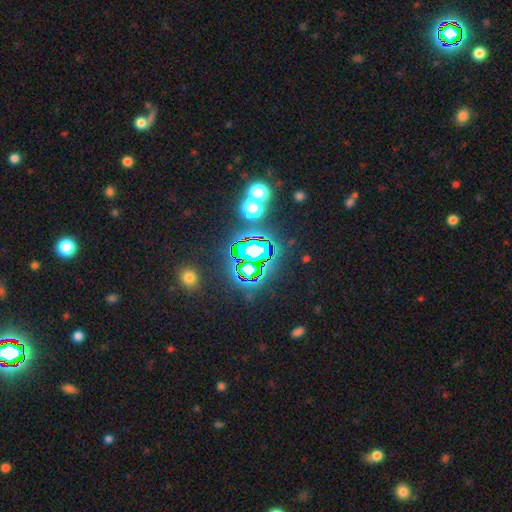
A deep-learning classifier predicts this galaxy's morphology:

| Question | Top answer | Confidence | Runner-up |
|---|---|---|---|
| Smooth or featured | star or artifact | 76% | smooth (13%) |